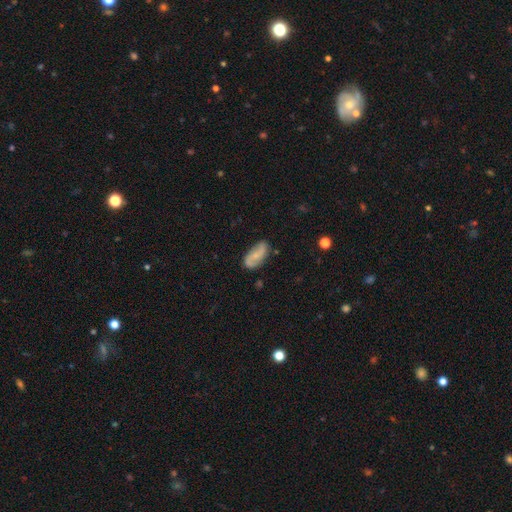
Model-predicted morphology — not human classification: This is possibly a featured or disk galaxy (52%). It is clearly not viewed edge-on (94%). Merging: likely none (74%).